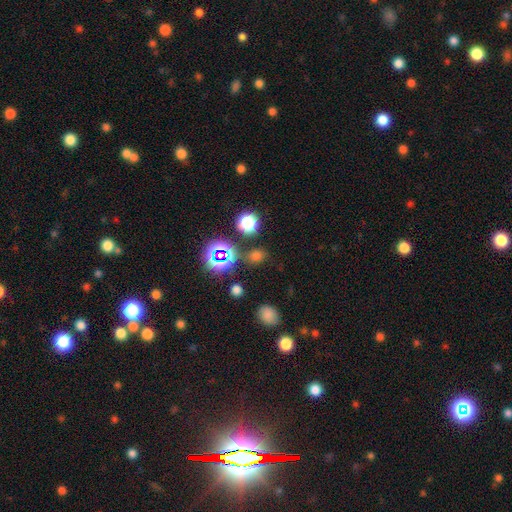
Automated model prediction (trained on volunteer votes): Overall: smooth (59%; star or artifact 35%). How rounded: round (64%; in between 34%). Merging: none (76%).